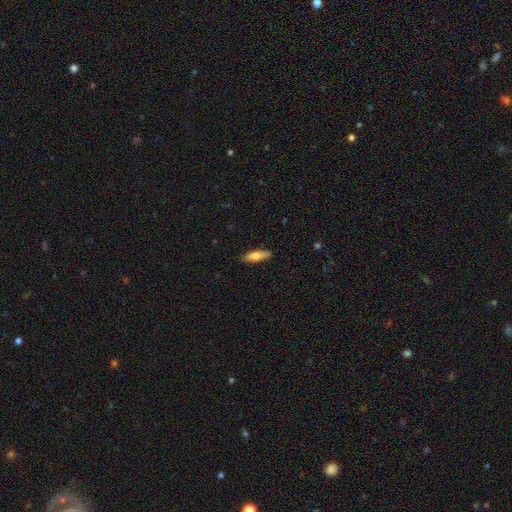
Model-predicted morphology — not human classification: Smooth or featured? Predicted: smooth (p=0.76). How rounded? Predicted: cigar-shaped (p=0.50). Merging? Predicted: none (p=0.87).